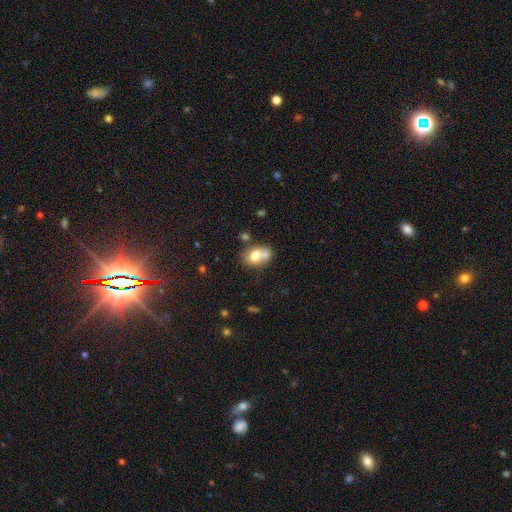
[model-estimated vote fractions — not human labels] A smooth galaxy with no disk features (70%) that is in between round and cigar-shaped (58%).

Vote fractions:
- Smooth or featured? smooth: 70% / featured or disk: 21% / star or artifact: 9%
- How rounded? in between: 58% / round: 41% / cigar-shaped: 1%
- Merging? merger: 47% / none: 36% / minor disturbance: 12% / major disturbance: 5%